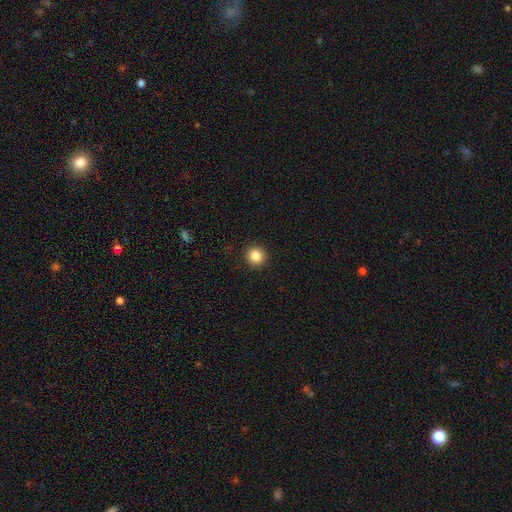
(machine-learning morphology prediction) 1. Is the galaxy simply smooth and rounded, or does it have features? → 85% smooth, 11% star or artifact, 4% featured or disk.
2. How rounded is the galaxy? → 95% round, 4% in between, 1% cigar-shaped.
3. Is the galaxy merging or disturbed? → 93% none, 5% minor disturbance, 2% major disturbance, 1% merger.